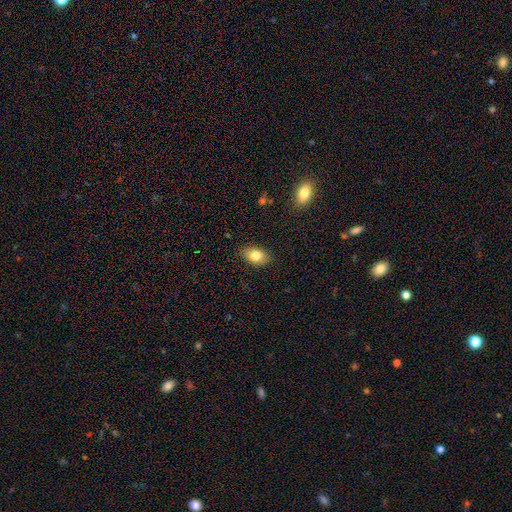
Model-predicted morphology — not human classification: This is clearly a smooth galaxy (82%). How rounded: clearly in between (82%). Merging: clearly none (86%).